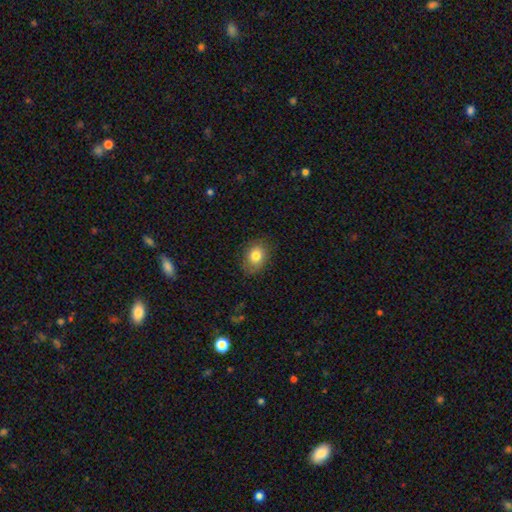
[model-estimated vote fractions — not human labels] A smooth galaxy with no disk features (81%) that is in between round and cigar-shaped (57%).

Vote fractions:
- Smooth or featured? smooth: 81% / featured or disk: 10% / star or artifact: 9%
- How rounded? in between: 57% / round: 42% / cigar-shaped: 1%
- Merging? none: 80% / minor disturbance: 15% / major disturbance: 4% / merger: 1%